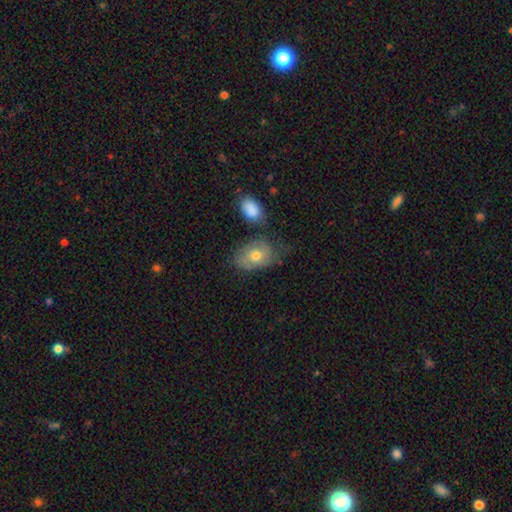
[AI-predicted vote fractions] Smooth or featured? Predicted: smooth (p=0.49). Merging? Predicted: none (p=0.52).